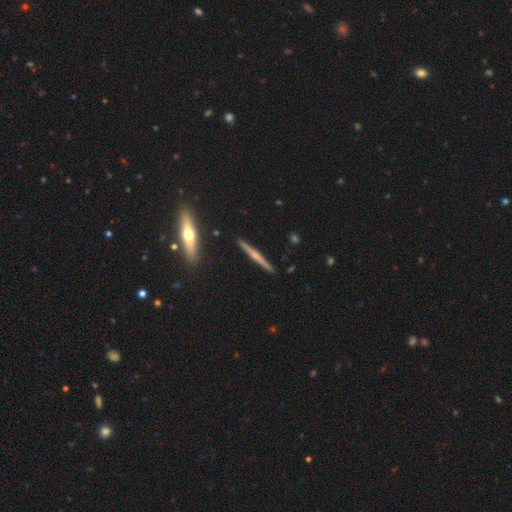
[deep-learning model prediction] smooth_or_featured: featured or disk (p=0.61) [alt: smooth p=0.34]
disk_edge_on: yes (p=0.98) [alt: no p=0.02]
edge_on_bulge: rounded (p=0.54) [alt: none p=0.36]
merging: none (p=0.90) [alt: minor disturbance p=0.07]